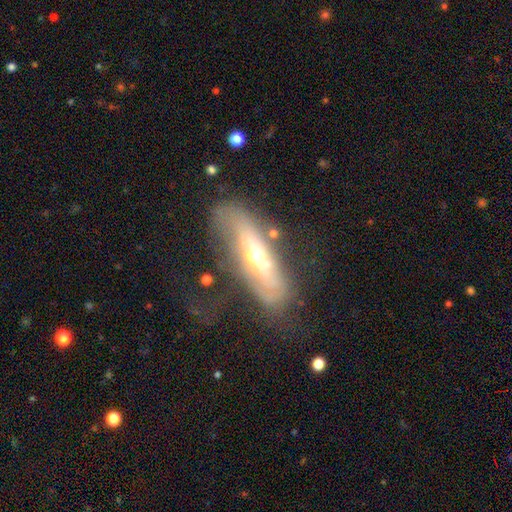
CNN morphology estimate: A featured or disk galaxy (64%).

Vote fractions:
- Smooth or featured? featured or disk: 64% / smooth: 28% / star or artifact: 8%
- Edge-on disk? no: 60% / yes: 40%
- Merging? none: 53% / minor disturbance: 24% / major disturbance: 19% / merger: 4%